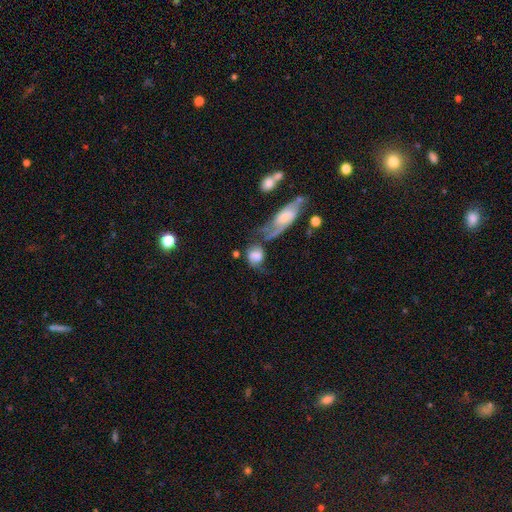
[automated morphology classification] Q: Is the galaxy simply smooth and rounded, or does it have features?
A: smooth — 49%.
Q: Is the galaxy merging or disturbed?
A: merger — 33%.